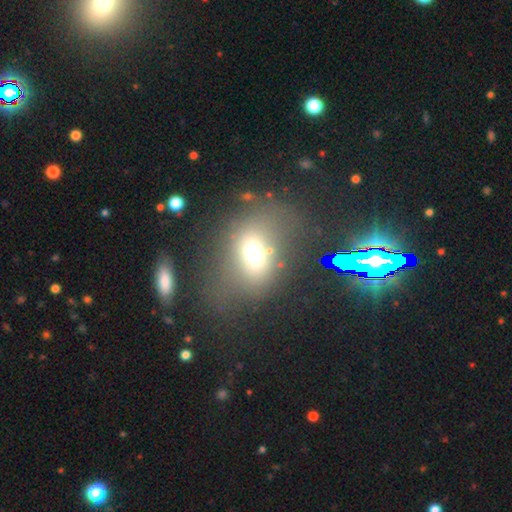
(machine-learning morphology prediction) This appears to be a smooth galaxy with no disk features (65%) that is in between round and cigar-shaped (62%). Merging: none (61%).